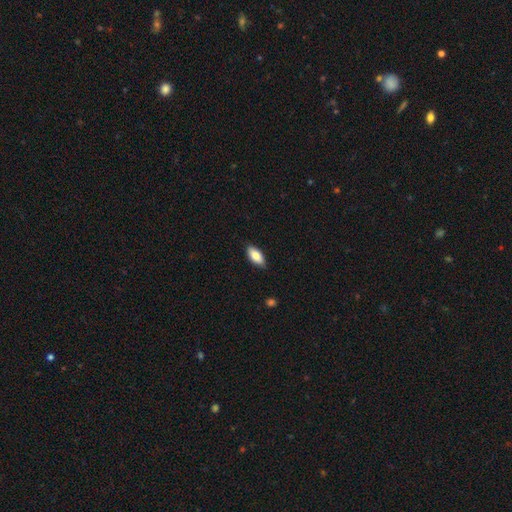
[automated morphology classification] smooth_or_featured: smooth (p=0.82) [alt: featured or disk p=0.11]
how_rounded: in between (p=0.88) [alt: cigar-shaped p=0.10]
merging: none (p=0.85) [alt: minor disturbance p=0.12]